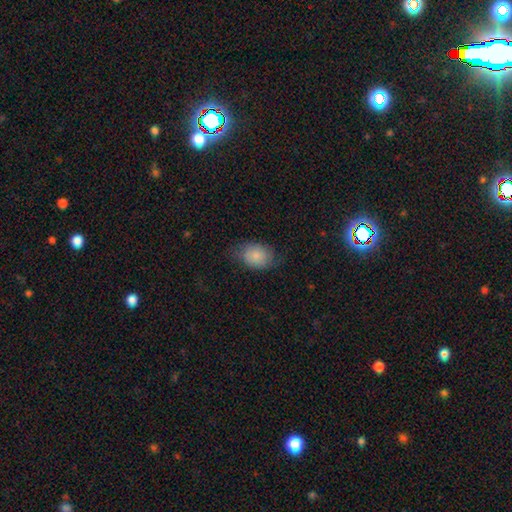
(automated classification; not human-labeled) Morphology: type=smooth (79%); roundness=in between (68%); merging=none (64%).